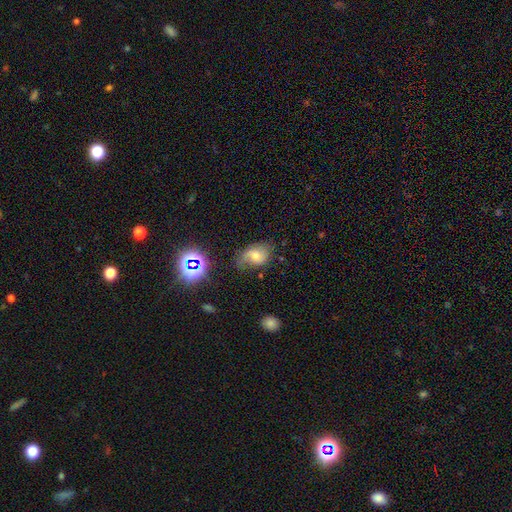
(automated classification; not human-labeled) Morphology: type=featured or disk (44%); merging=none (46%).